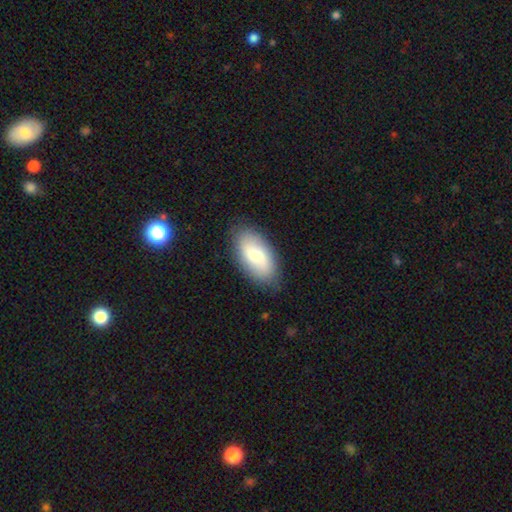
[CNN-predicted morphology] This is likely a smooth galaxy (63%). How rounded: clearly in between (93%). Merging: clearly none (82%).